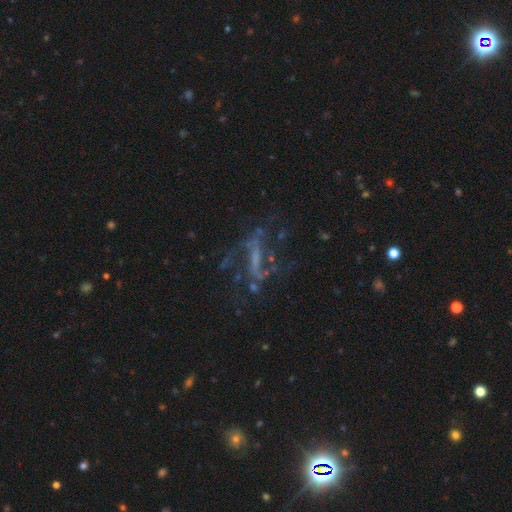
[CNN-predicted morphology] Overall: featured or disk (66%). Edge-on disk: no (86%). Bar: strong (41%; weak 30%). Spiral arms: yes (66%; no 34%). Bulge size: none (55%; small 27%). Merging: none (49%; major disturbance 30%).